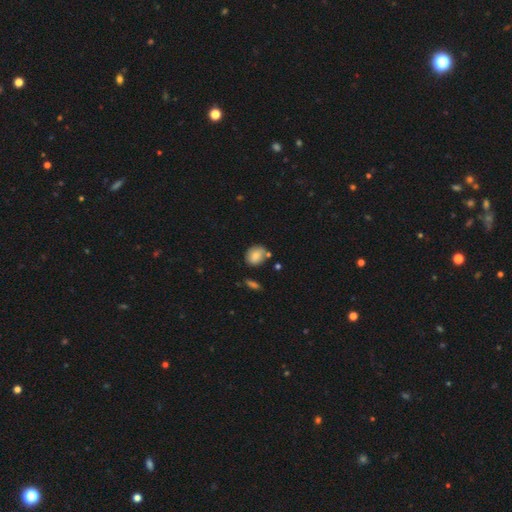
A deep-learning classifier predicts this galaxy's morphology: Smooth or featured? smooth (77%)
How rounded? round (51%)
Merging? none (65%)